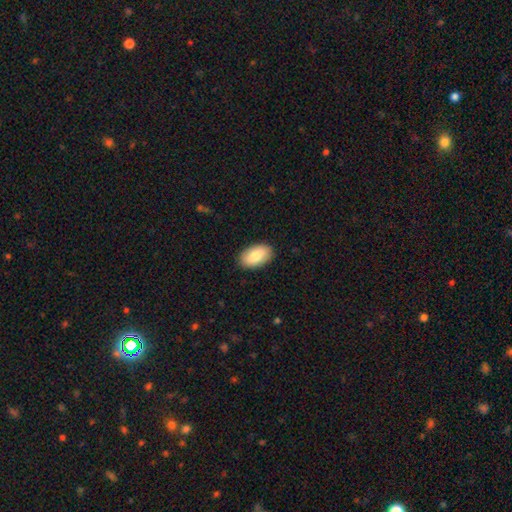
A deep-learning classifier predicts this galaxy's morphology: This is clearly a smooth galaxy (81%). How rounded: clearly in between (94%). Merging: clearly none (89%).